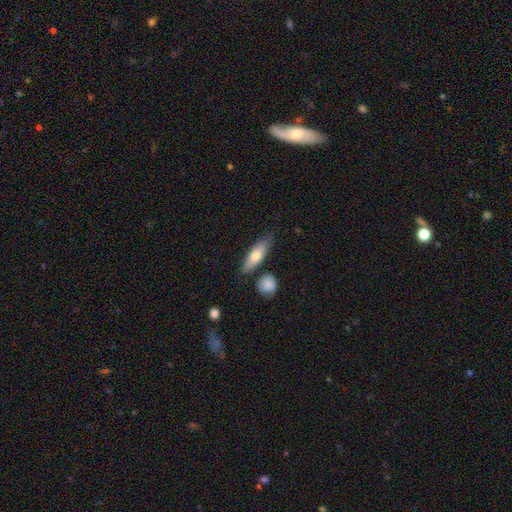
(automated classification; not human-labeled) A smooth galaxy with no disk features (65%) that is in between round and cigar-shaped (51%). Merging: none (74%).